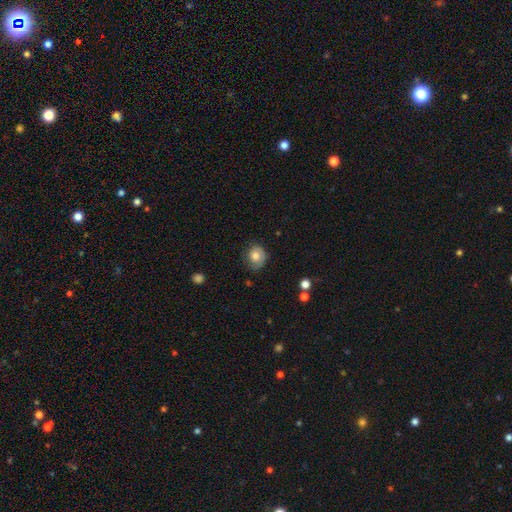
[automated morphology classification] This is likely a smooth galaxy (60%). How rounded: likely round (65%). Merging: likely none (64%).